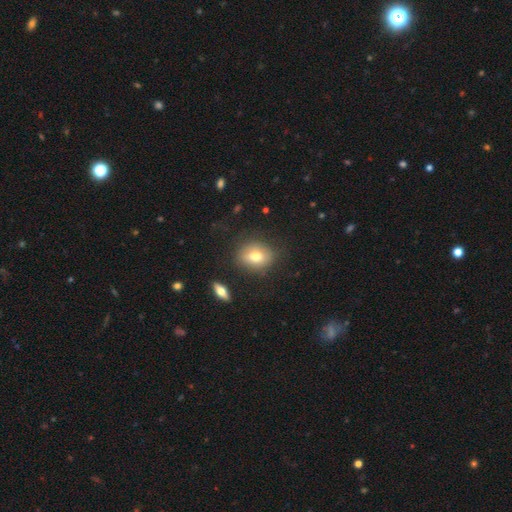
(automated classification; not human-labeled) smooth 71%, featured or disk 19%, star or artifact 10%. Down the decision tree: how rounded — in between (51%); merging — none (78%).